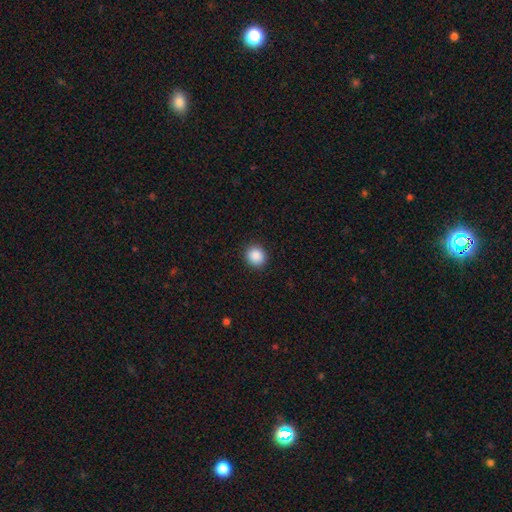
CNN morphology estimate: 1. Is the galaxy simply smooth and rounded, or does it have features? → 89% smooth, 9% star or artifact, 3% featured or disk.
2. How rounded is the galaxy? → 84% round, 15% in between, 1% cigar-shaped.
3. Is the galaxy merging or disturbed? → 91% none, 6% minor disturbance, 2% major disturbance, 1% merger.